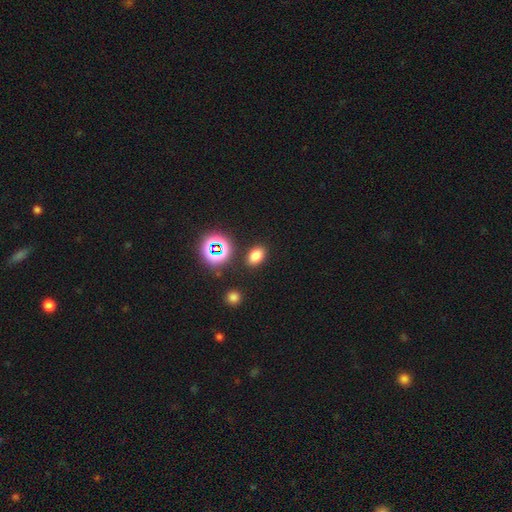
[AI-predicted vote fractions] Smooth or featured? smooth (74%)
How rounded? in between (77%)
Merging? none (85%)